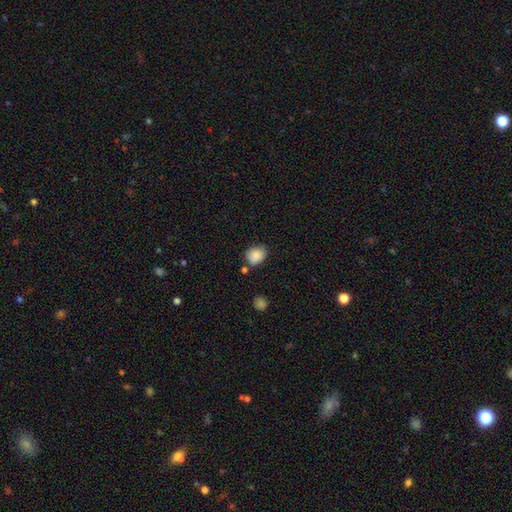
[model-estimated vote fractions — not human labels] Smooth or featured?
  - smooth: 86% *
  - star or artifact: 9%
  - featured or disk: 5%
How rounded?
  - round: 59% *
  - in between: 40%
  - cigar-shaped: 1%
Merging?
  - none: 68% *
  - minor disturbance: 20%
  - merger: 8%
  - major disturbance: 4%